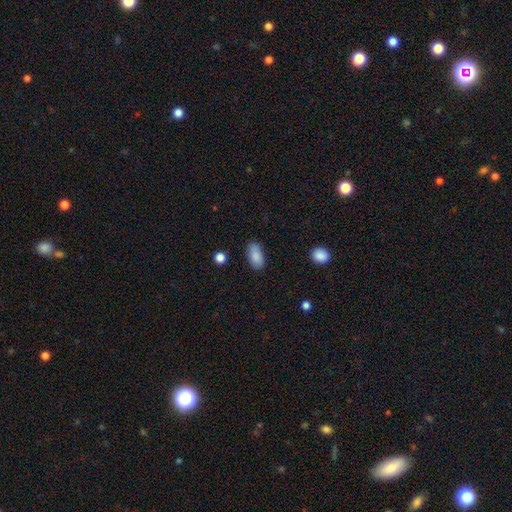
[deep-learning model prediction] Q: Smooth or featured?
A: smooth (87%); runner-up: star or artifact (7%)
Q: How rounded?
A: in between (92%); runner-up: cigar-shaped (4%)
Q: Merging?
A: none (82%); runner-up: minor disturbance (14%)